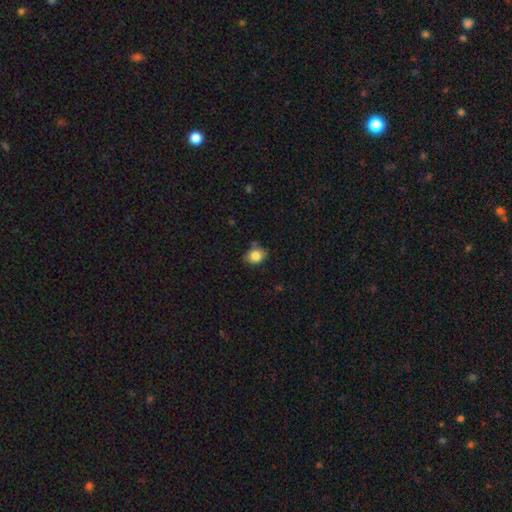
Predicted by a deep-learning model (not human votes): Q: Smooth or featured?
A: smooth (83%); runner-up: star or artifact (9%)
Q: How rounded?
A: in between (54%); runner-up: round (45%)
Q: Merging?
A: none (70%); runner-up: minor disturbance (21%)